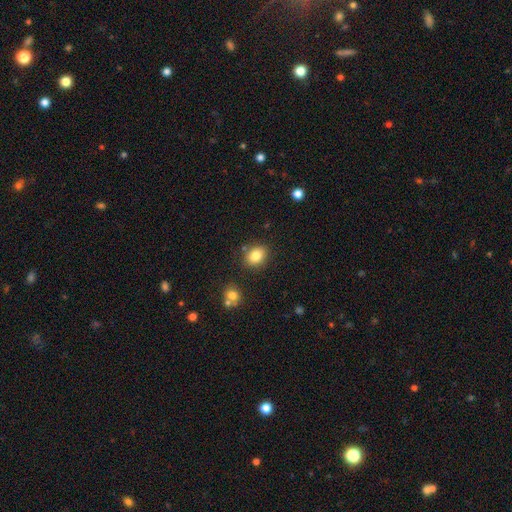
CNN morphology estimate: smooth 83%, star or artifact 10%, featured or disk 7%. Down the decision tree: how rounded — in between (53%); merging — none (81%).